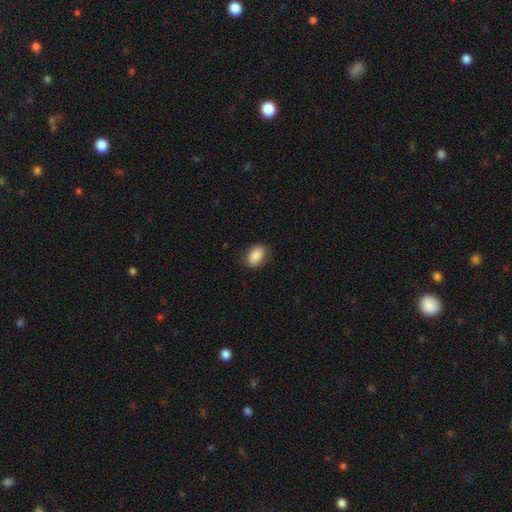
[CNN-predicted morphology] smooth_or_featured: smooth (p=0.88) [alt: star or artifact p=0.07]
how_rounded: in between (p=0.86) [alt: round p=0.13]
merging: none (p=0.84) [alt: minor disturbance p=0.12]